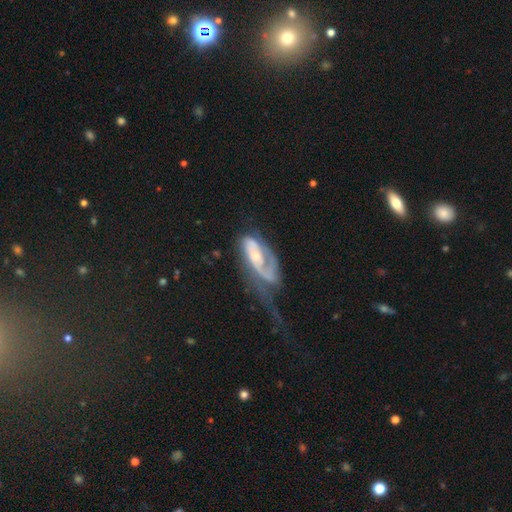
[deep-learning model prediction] Morphology: type=featured or disk (79%); edge-on=no (94%); bar=no (56%); spiral arms=yes (89%); winding=tight (39%); arm count=1 (45%); bulge=small (53%); merging=major disturbance (50%).